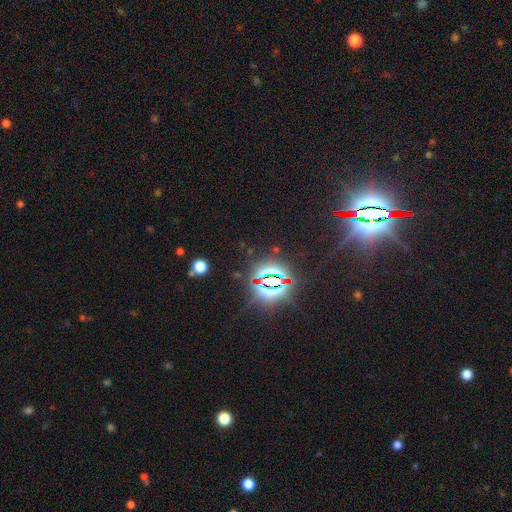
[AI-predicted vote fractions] A star or artifact, not a galaxy (84%).